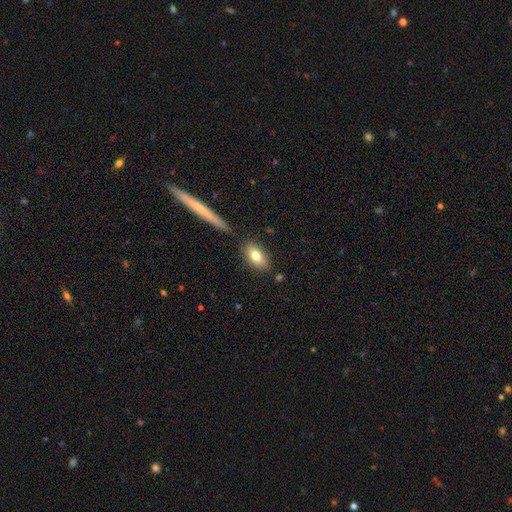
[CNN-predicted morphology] This appears to be a smooth galaxy with no disk features (78%) that is in between round and cigar-shaped (86%). Merging: none (81%).